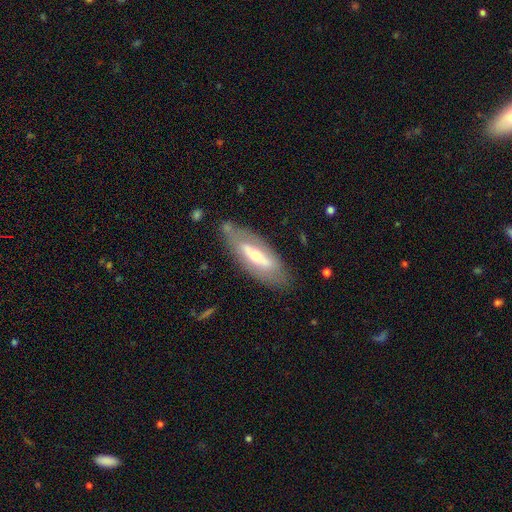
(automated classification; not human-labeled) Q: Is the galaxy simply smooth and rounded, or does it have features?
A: featured or disk — 61%.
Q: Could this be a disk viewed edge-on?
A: no — 70%.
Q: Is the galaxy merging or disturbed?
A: none — 76%.